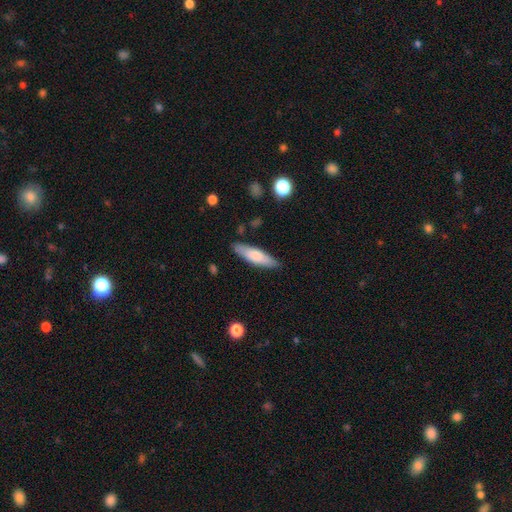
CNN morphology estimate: smooth_or_featured: smooth (p=0.69) [alt: featured or disk p=0.25]
how_rounded: cigar-shaped (p=0.62) [alt: in between p=0.36]
merging: none (p=0.85) [alt: minor disturbance p=0.11]